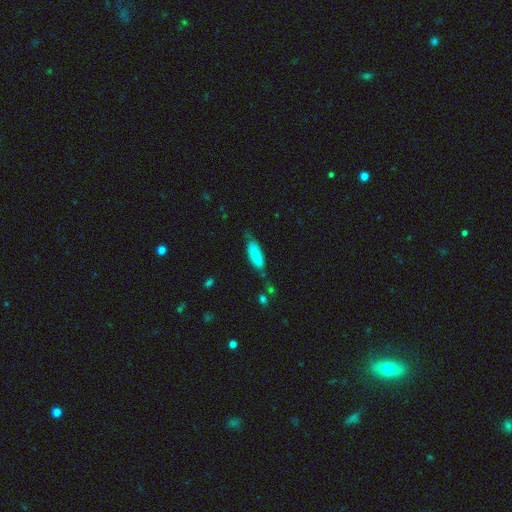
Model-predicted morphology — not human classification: smooth-or-featured: smooth: 83% | featured or disk: 10% | star or artifact: 6%
  how-rounded: in between: 65% | cigar-shaped: 33% | round: 2%
  merging: none: 55% | minor disturbance: 32% | major disturbance: 9% | merger: 4%